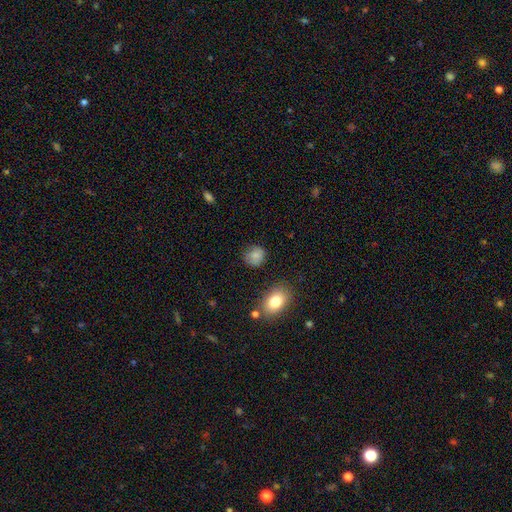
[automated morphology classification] type=smooth (82%); roundness=round (80%); merging=none (77%).